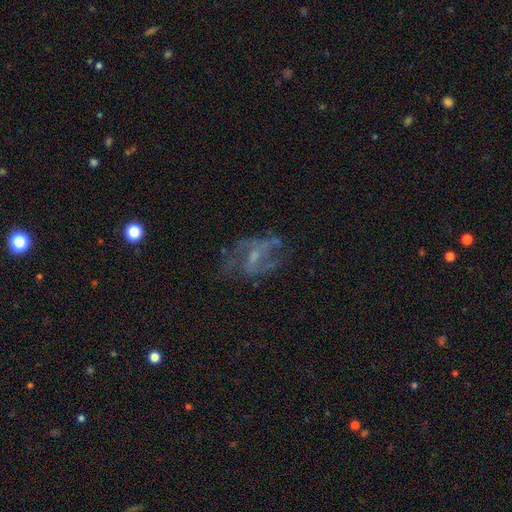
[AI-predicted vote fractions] Smooth or featured? Predicted: featured or disk (p=0.72). Edge-on disk? Predicted: no (p=0.97). Bar? Predicted: no (p=0.47). Spiral arms? Predicted: yes (p=0.68). Bulge size? Predicted: small (p=0.46). Merging? Predicted: none (p=0.49).